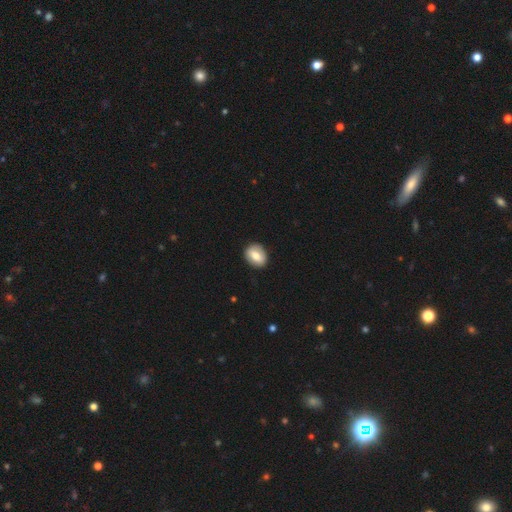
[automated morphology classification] Overall: smooth (71%). How rounded: round (50%; in between 48%). Merging: none (89%).